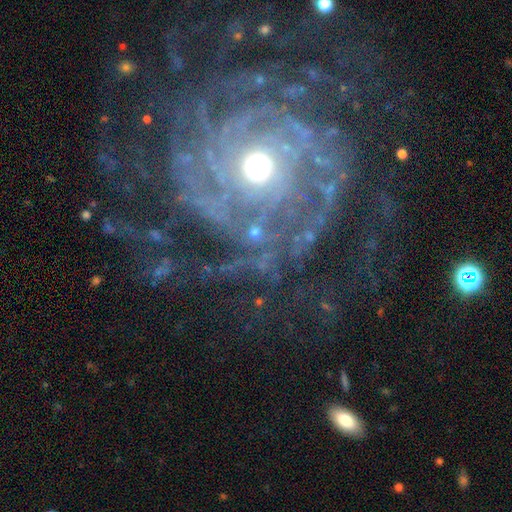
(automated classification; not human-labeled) Smooth or featured?
  - featured or disk: 89% *
  - star or artifact: 7%
  - smooth: 4%
Edge-on disk?
  - no: 97% *
  - yes: 3%
Bar?
  - no: 76% *
  - weak: 16%
  - strong: 8%
Spiral arms?
  - yes: 96% *
  - no: 4%
Spiral winding?
  - tight: 73% *
  - medium: 21%
  - loose: 6%
Spiral arm count?
  - can't tell: 26% *
  - more than 4: 24%
  - 4: 16%
  - 3: 14%
  - 2: 12%
  - 1: 9%
Bulge size?
  - moderate: 64% *
  - small: 28%
  - large: 6%
  - dominant: 1%
  - none: 1%
Merging?
  - none: 70% *
  - major disturbance: 14%
  - minor disturbance: 14%
  - merger: 2%